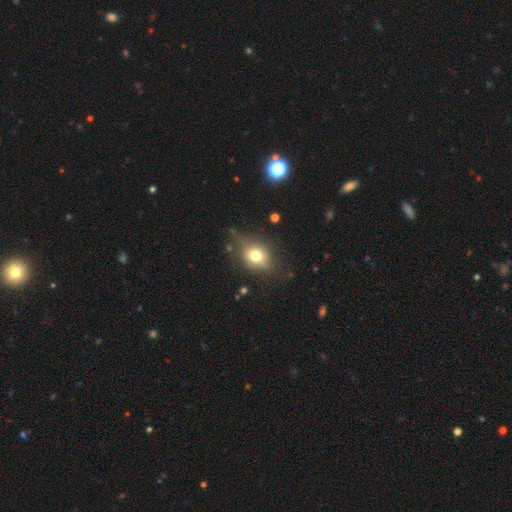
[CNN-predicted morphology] Smooth or featured? smooth (63%)
How rounded? round (54%)
Merging? none (63%)